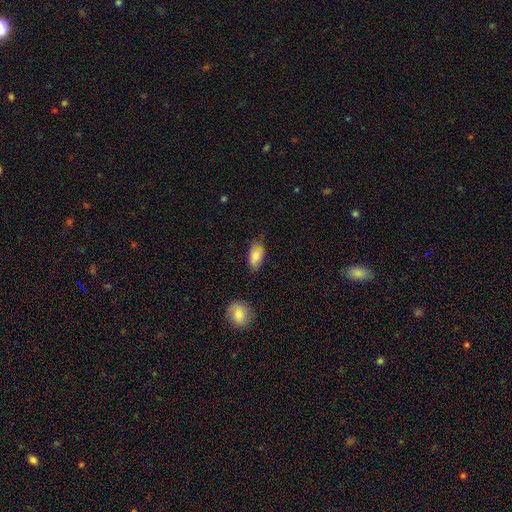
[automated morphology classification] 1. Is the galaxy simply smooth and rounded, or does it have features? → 81% smooth, 11% featured or disk, 8% star or artifact.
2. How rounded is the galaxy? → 92% in between, 5% round, 3% cigar-shaped.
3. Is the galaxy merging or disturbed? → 63% none, 27% minor disturbance, 7% major disturbance, 3% merger.